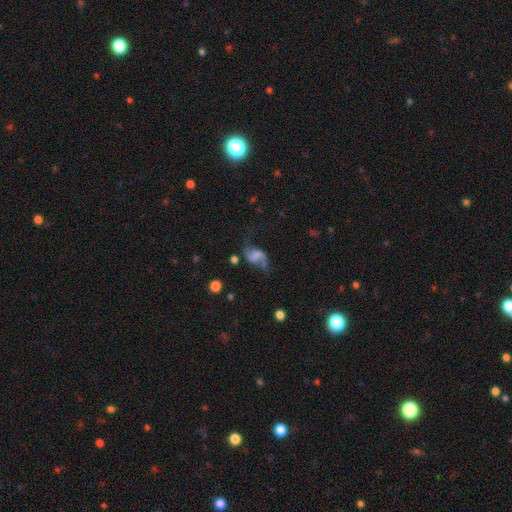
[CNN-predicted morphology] A featured or disk galaxy (73%) with no bar (42%), 2 (91%) loose (82%) spiral arms (92%) and no central bulge (56%).

Vote fractions:
- Smooth or featured? featured or disk: 73% / smooth: 17% / star or artifact: 10%
- Edge-on disk? no: 97% / yes: 3%
- Bar? no: 42% / weak: 41% / strong: 17%
- Spiral arms? yes: 92% / no: 8%
- Spiral winding? loose: 82% / medium: 15% / tight: 3%
- Spiral arm count? 2: 91% / 1: 4% / can't tell: 2% / 3: 1% / 4: 1% / more than 4: 1%
- Bulge size? none: 56% / small: 17% / moderate: 13% / large: 10% / dominant: 3%
- Merging? none: 55% / major disturbance: 21% / minor disturbance: 20% / merger: 5%